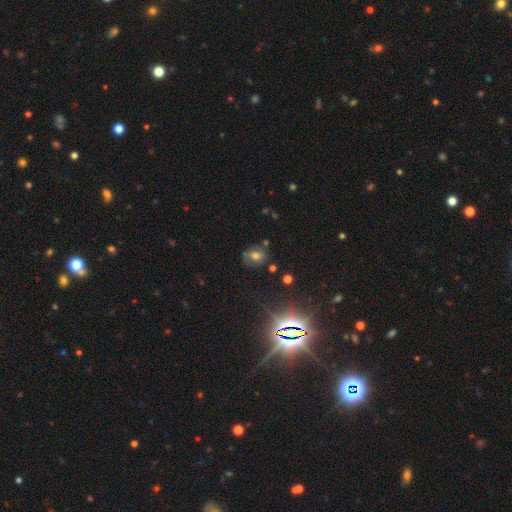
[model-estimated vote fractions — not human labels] Smooth or featured?
  - smooth: 50% *
  - featured or disk: 28%
  - star or artifact: 23%
Merging?
  - none: 72% *
  - minor disturbance: 17%
  - major disturbance: 6%
  - merger: 5%